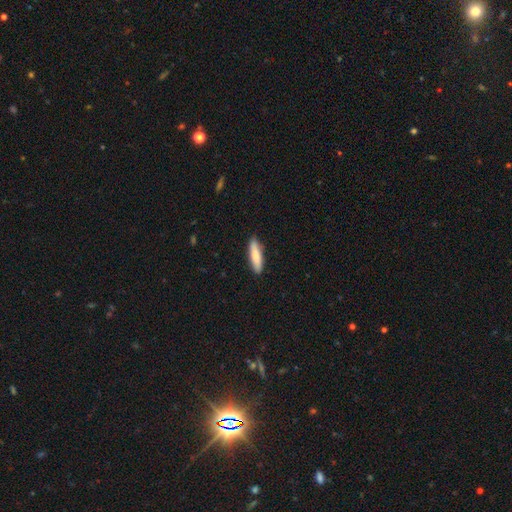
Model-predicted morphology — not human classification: type=smooth (81%); roundness=cigar-shaped (72%); merging=none (88%).